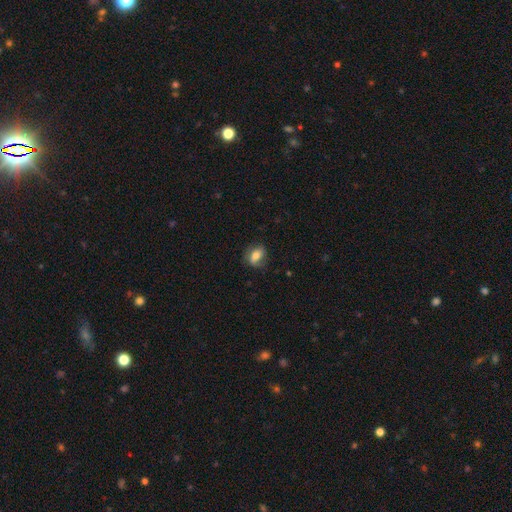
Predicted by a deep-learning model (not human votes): Smooth or featured?
  - smooth: 69% *
  - featured or disk: 23%
  - star or artifact: 9%
How rounded?
  - in between: 75% *
  - round: 22%
  - cigar-shaped: 3%
Merging?
  - none: 67% *
  - minor disturbance: 23%
  - major disturbance: 9%
  - merger: 1%